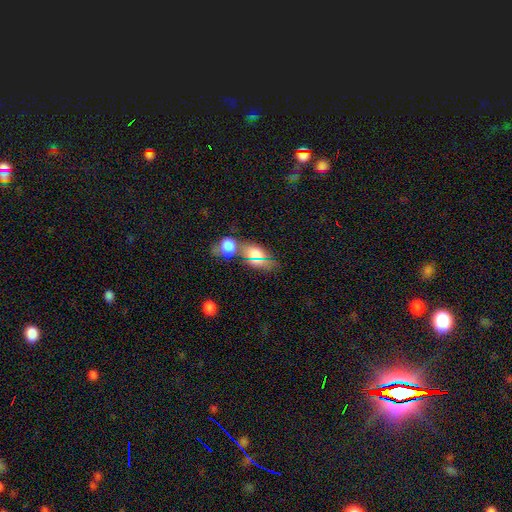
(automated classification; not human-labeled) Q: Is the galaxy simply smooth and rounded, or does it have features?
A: smooth — 63%.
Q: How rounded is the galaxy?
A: in between — 84%.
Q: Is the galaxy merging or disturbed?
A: none — 52%.